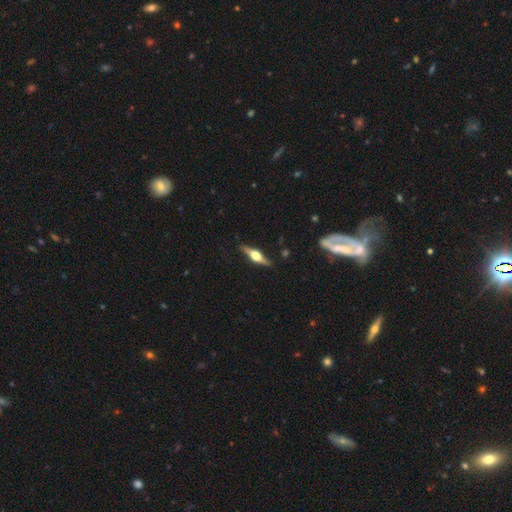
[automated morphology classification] A featured or disk galaxy (76%) viewed edge-on (97%) with a rounded central bulge (94%).

Vote fractions:
- Smooth or featured? featured or disk: 76% / smooth: 19% / star or artifact: 6%
- Edge-on disk? yes: 97% / no: 3%
- Edge-on bulge? rounded: 94% / boxy: 4% / none: 1%
- Merging? none: 87% / minor disturbance: 9% / major disturbance: 2% / merger: 1%